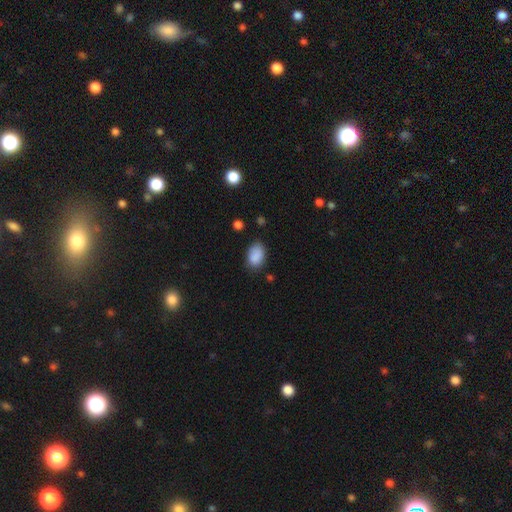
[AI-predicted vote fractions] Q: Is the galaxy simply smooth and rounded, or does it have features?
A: smooth — 88%.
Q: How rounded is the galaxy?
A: in between — 87%.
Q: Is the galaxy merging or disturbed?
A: none — 75%.